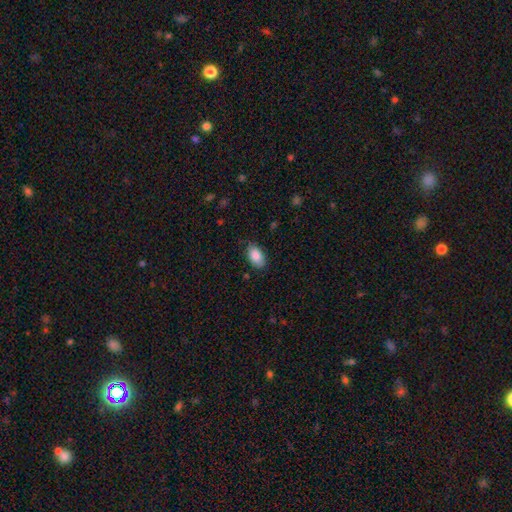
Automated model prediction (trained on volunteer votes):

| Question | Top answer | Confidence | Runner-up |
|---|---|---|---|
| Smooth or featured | smooth | 87% | star or artifact (7%) |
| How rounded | in between | 93% | round (6%) |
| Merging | none | 79% | minor disturbance (17%) |